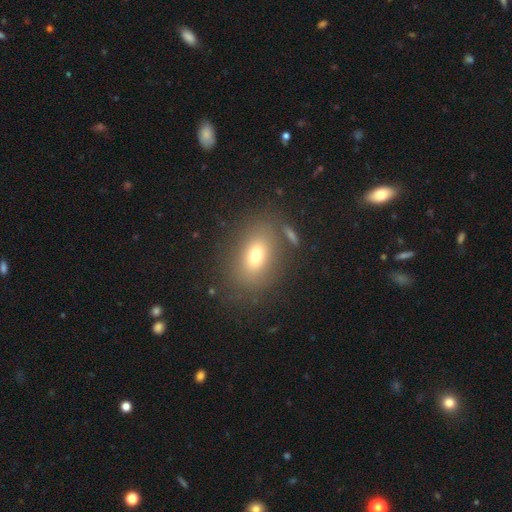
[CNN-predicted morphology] Smooth or featured? Predicted: smooth (p=0.71). How rounded? Predicted: in between (p=0.76). Merging? Predicted: none (p=0.77).